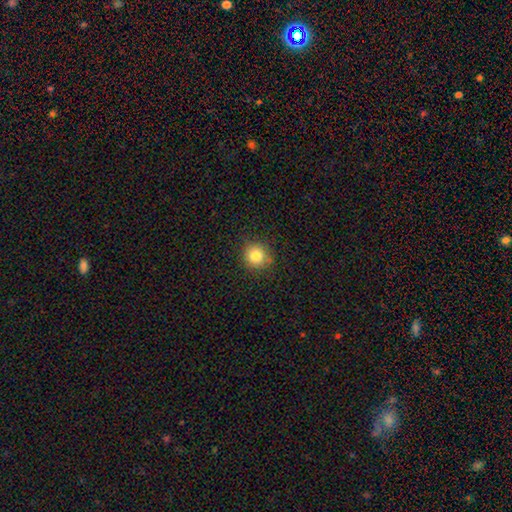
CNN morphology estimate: smooth-or-featured: smooth: 82% | star or artifact: 12% | featured or disk: 6%
  how-rounded: round: 92% | in between: 7% | cigar-shaped: 1%
  merging: none: 87% | minor disturbance: 9% | major disturbance: 2% | merger: 1%